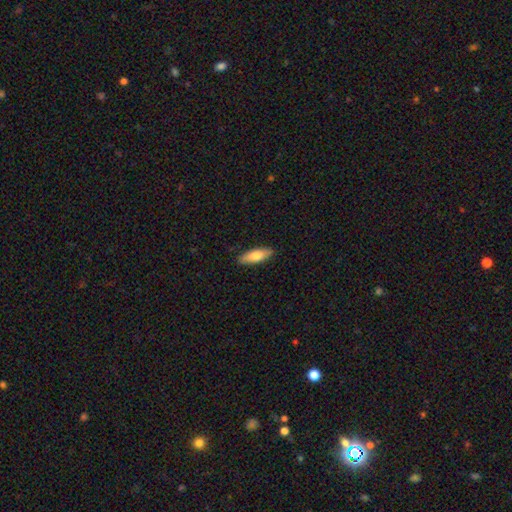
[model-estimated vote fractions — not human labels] Overall: smooth (77%). How rounded: in between (58%; cigar-shaped 40%). Merging: none (88%).